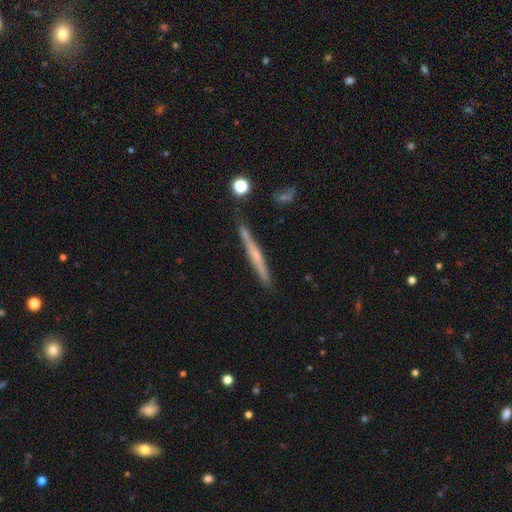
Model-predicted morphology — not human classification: featured or disk 52%, smooth 42%, star or artifact 7%. Down the decision tree: edge-on disk — yes (96%); merging — none (78%).